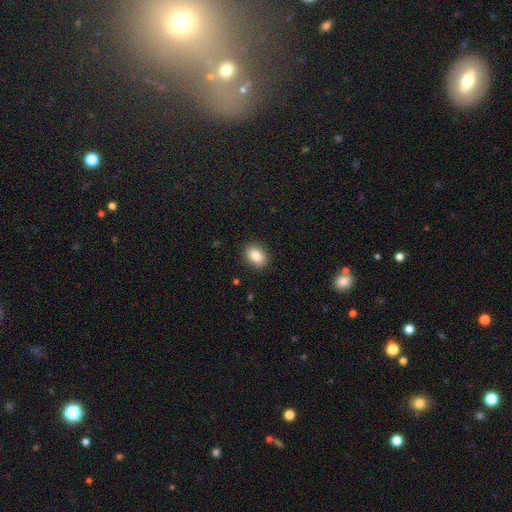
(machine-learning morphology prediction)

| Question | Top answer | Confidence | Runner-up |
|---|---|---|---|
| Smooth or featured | smooth | 85% | star or artifact (9%) |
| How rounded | in between | 65% | round (34%) |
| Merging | none | 89% | minor disturbance (8%) |